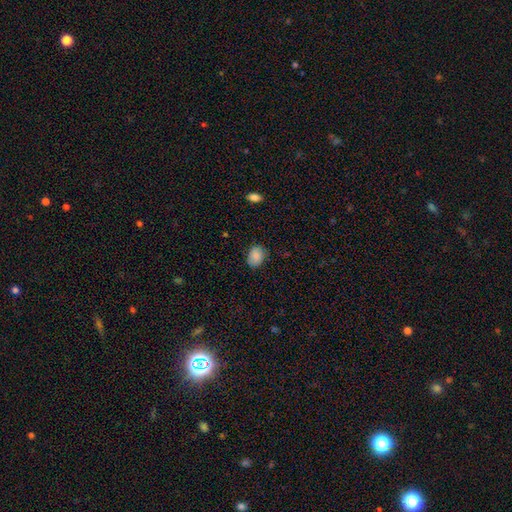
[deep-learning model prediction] The model was most divided on "how rounded": in between: 62%, round: 37%, cigar-shaped: 1%. More confident: smooth or featured — smooth (87%); merging — none (78%).